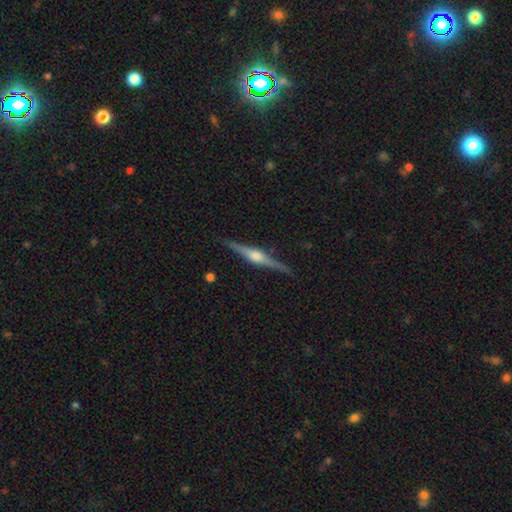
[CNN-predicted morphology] type=featured or disk (84%); edge-on=yes (98%); edge-on bulge=rounded (90%); merging=none (90%).